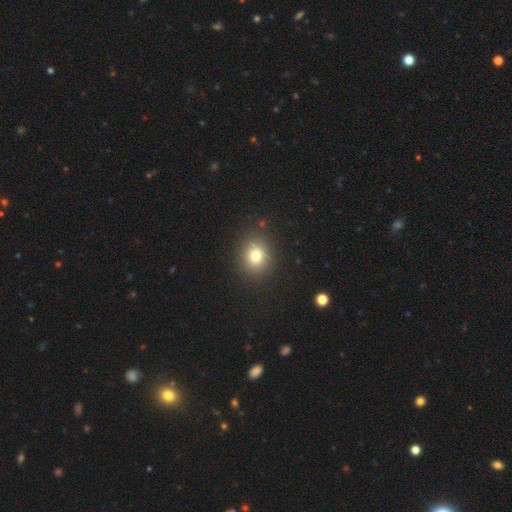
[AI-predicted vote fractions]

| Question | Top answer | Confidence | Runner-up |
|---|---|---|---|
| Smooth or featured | smooth | 78% | star or artifact (13%) |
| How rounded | round | 73% | in between (27%) |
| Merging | none | 89% | minor disturbance (7%) |